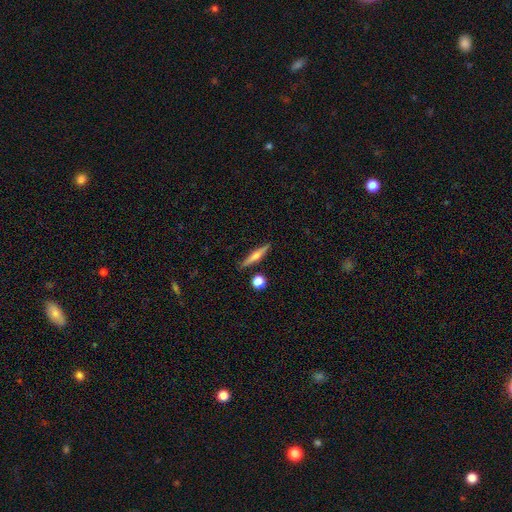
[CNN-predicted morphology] This appears to be a featured or disk galaxy (53%) viewed edge-on (96%) with a rounded central bulge (86%). Merging: none (86%).